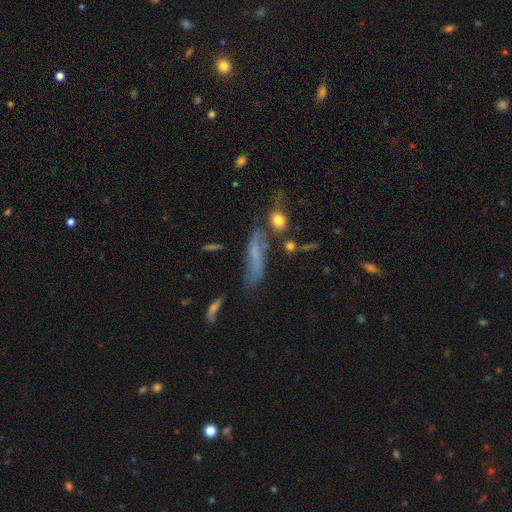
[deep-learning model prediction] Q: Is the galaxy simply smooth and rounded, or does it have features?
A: smooth — 43%.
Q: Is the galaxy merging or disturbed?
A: none — 51%.